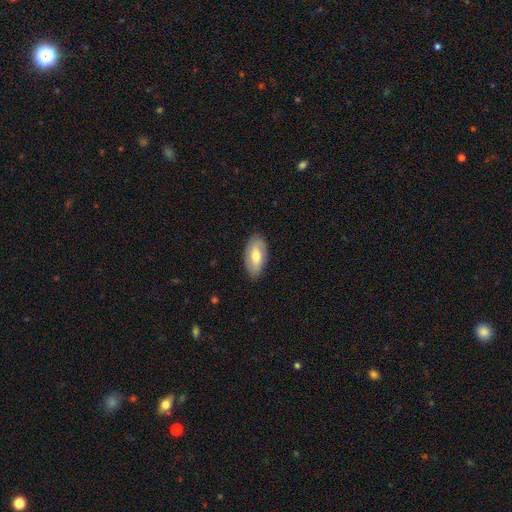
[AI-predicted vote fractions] A smooth galaxy with no disk features (52%) that is in between round and cigar-shaped (92%). Merging: none (85%).